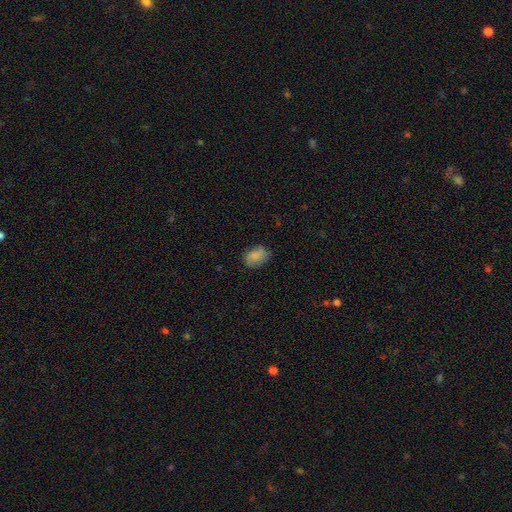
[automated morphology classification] Overall: smooth (84%). How rounded: in between (80%). Merging: none (73%).